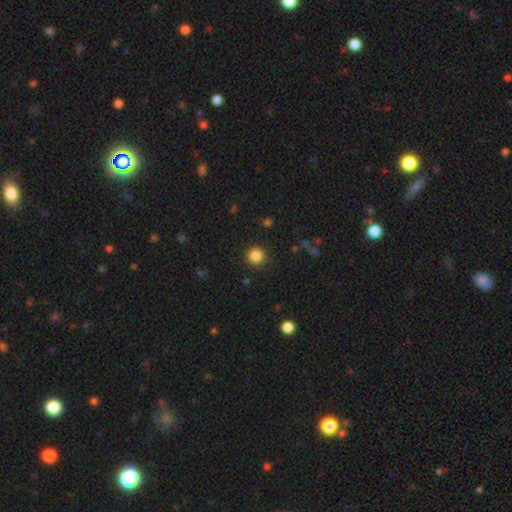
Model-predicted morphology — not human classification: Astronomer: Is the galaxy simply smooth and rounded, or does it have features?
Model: smooth — 84%.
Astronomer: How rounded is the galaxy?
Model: round — 95%.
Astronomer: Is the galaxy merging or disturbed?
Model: none — 91%.